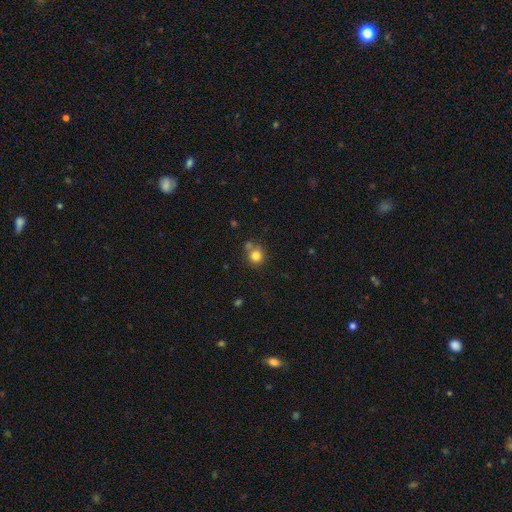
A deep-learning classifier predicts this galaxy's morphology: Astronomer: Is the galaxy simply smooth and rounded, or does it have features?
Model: smooth — 80%.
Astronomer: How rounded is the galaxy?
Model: round — 87%.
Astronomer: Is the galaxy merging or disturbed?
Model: none — 63%.